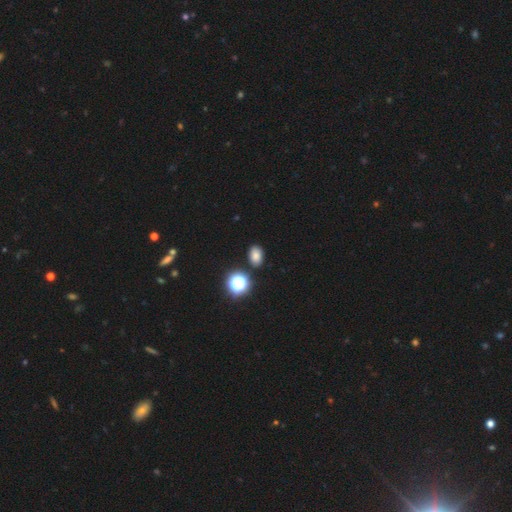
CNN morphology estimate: smooth_or_featured: smooth (p=0.77) [alt: star or artifact p=0.17]
how_rounded: in between (p=0.79) [alt: round p=0.20]
merging: none (p=0.85) [alt: minor disturbance p=0.09]